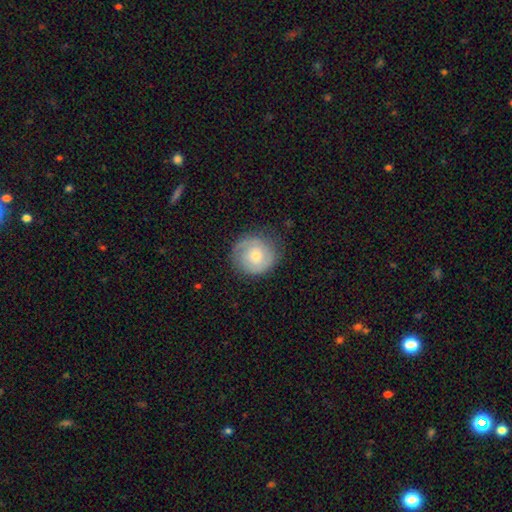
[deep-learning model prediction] Morphology: type=featured or disk (59%); edge-on=no (97%); bar=no (76%); spiral arms=yes (85%); bulge=small (56%); merging=none (78%).